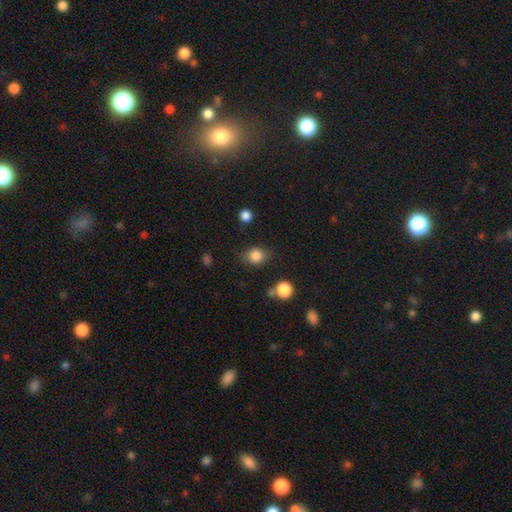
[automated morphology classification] A smooth galaxy with no disk features (83%) that is round (59%). Merging: none (70%).